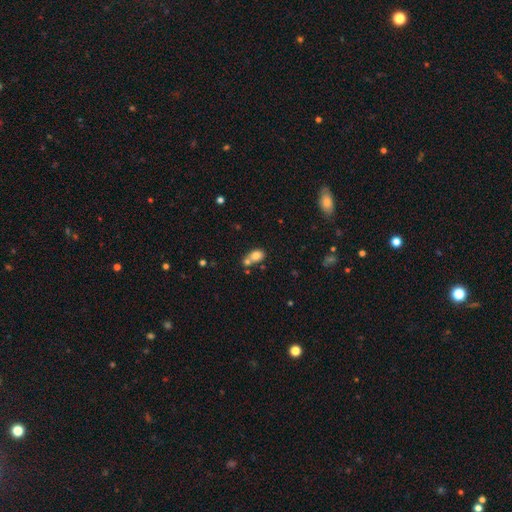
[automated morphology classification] Smooth or featured: smooth — 78% (featured or disk — 12%)
How rounded: in between — 70% (round — 28%)
Merging: none — 42% (merger — 41%)